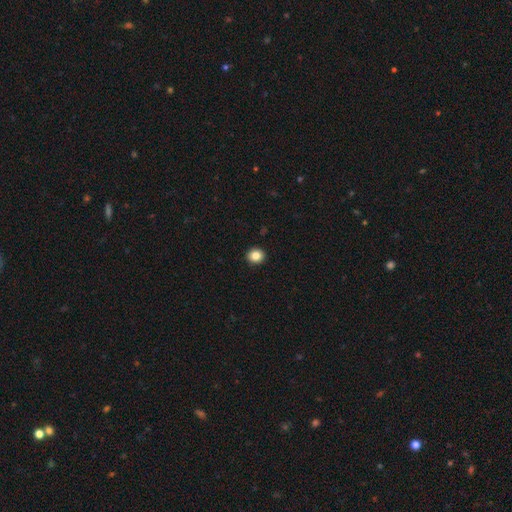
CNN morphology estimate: Q: Smooth or featured?
A: smooth (84%); runner-up: star or artifact (10%)
Q: How rounded?
A: round (82%); runner-up: in between (18%)
Q: Merging?
A: none (93%); runner-up: minor disturbance (5%)